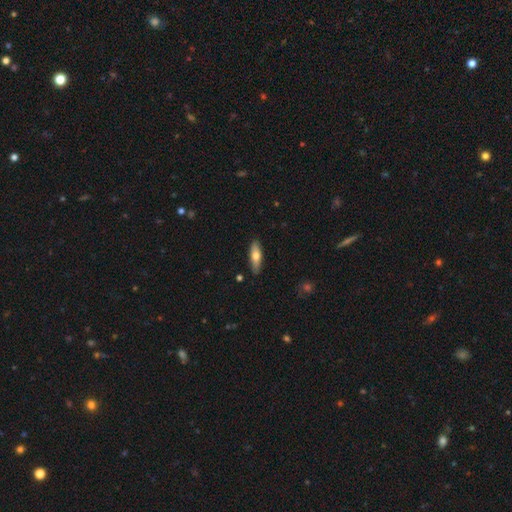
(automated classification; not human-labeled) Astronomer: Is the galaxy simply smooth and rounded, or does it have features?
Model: smooth — 66%.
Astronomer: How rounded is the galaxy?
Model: cigar-shaped — 49% (runner-up: in between, 48%).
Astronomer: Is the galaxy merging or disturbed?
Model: none — 87%.